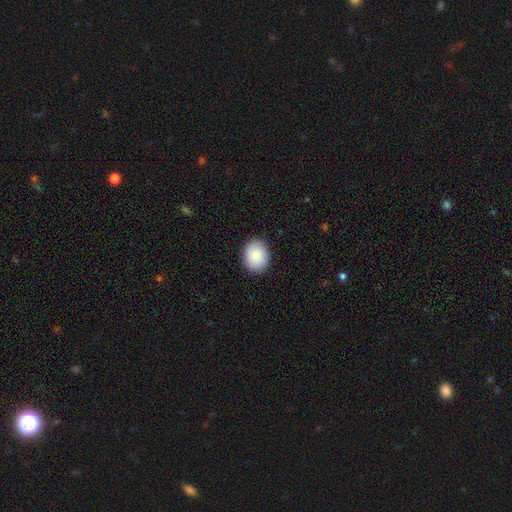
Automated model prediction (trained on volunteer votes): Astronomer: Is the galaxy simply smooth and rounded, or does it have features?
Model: smooth — 89%.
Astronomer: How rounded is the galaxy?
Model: in between — 50% (runner-up: round, 49%).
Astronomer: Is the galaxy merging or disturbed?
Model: none — 89%.